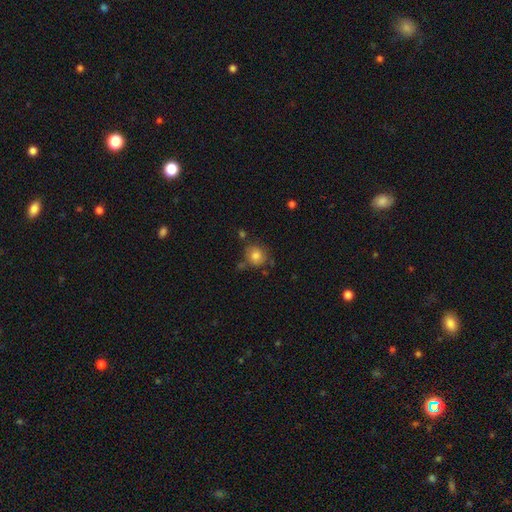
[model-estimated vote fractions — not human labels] A smooth galaxy with no disk features (80%) that is round (83%). Merging: none (68%).